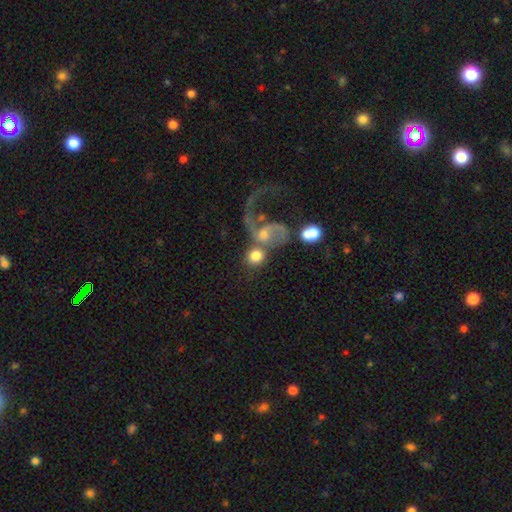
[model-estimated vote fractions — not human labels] Smooth or featured: smooth — 66% (featured or disk — 25%)
How rounded: round — 80% (in between — 19%)
Merging: merger — 49% (none — 28%)